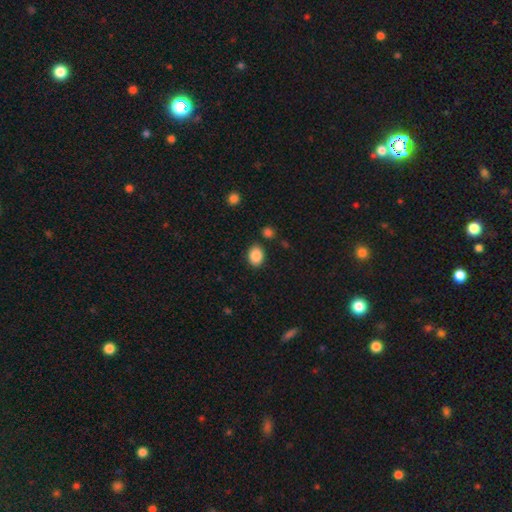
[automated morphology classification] The model was most divided on "how rounded": in between: 63%, round: 36%, cigar-shaped: 1%. More confident: smooth or featured — smooth (88%); merging — none (84%).